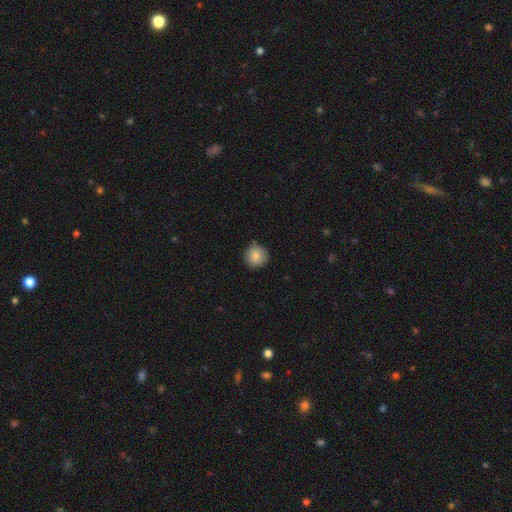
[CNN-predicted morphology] This is clearly a smooth galaxy (85%). How rounded: clearly round (94%). Merging: clearly none (80%).